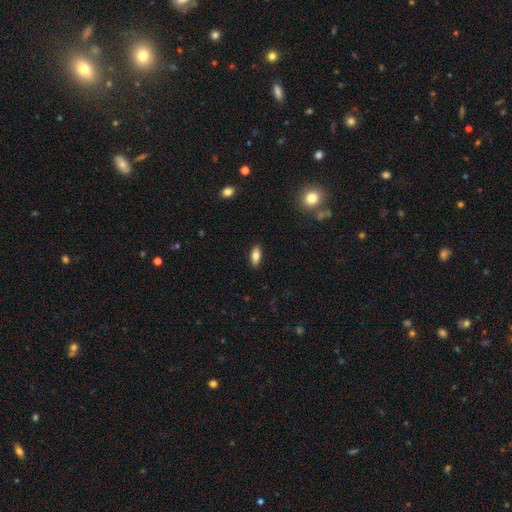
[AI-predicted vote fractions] Overall: smooth (79%). How rounded: in between (85%). Merging: none (88%).